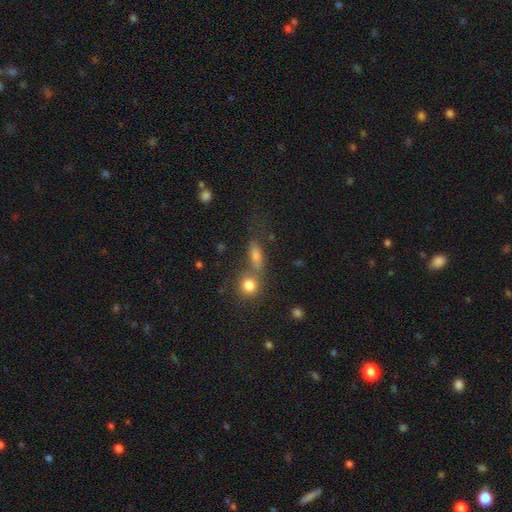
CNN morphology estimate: A smooth galaxy with no disk features (69%) that is in between round and cigar-shaped (61%). Merging: none (46%).